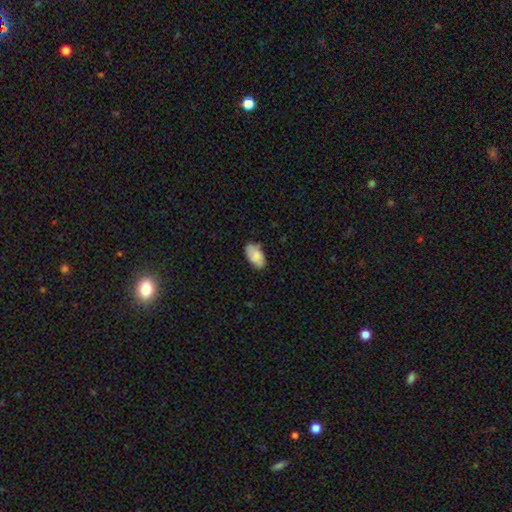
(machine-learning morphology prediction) Smooth or featured: smooth — 81% (featured or disk — 13%)
How rounded: in between — 94% (round — 4%)
Merging: none — 73% (minor disturbance — 21%)